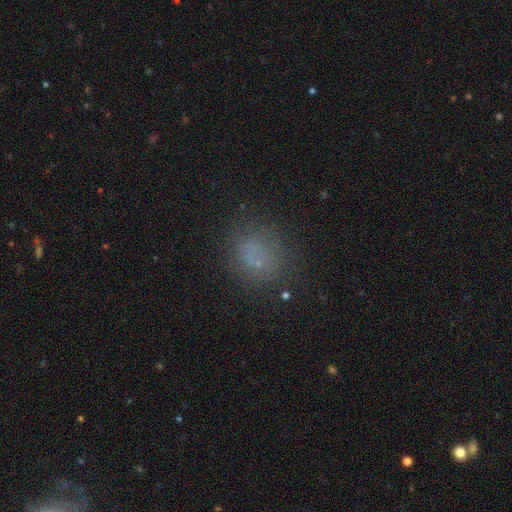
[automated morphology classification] Smooth or featured?
  - smooth: 66% *
  - star or artifact: 21%
  - featured or disk: 12%
How rounded?
  - round: 70% *
  - in between: 29%
  - cigar-shaped: 1%
Merging?
  - none: 73% *
  - minor disturbance: 15%
  - major disturbance: 8%
  - merger: 4%